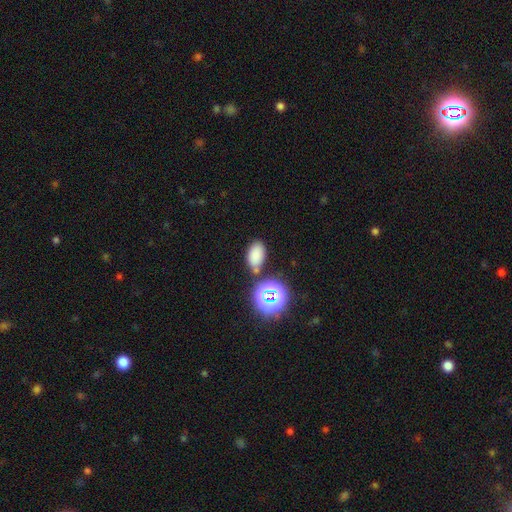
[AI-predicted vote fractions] smooth 76%, star or artifact 18%, featured or disk 6%. Down the decision tree: how rounded — in between (86%); merging — none (73%).